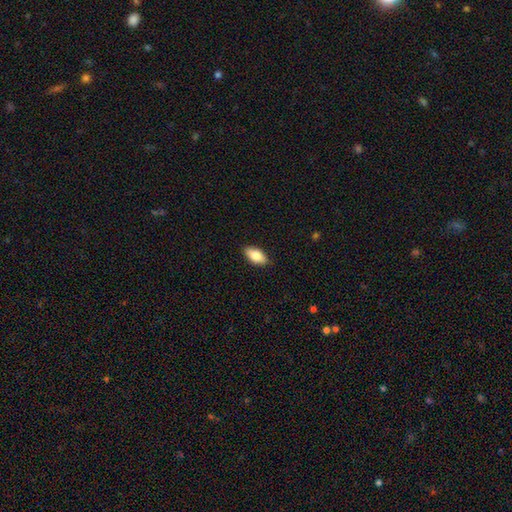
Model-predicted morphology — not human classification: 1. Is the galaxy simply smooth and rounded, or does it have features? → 81% smooth, 12% featured or disk, 7% star or artifact.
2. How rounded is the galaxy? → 90% in between, 7% cigar-shaped, 3% round.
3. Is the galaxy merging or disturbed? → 87% none, 10% minor disturbance, 2% major disturbance, 1% merger.